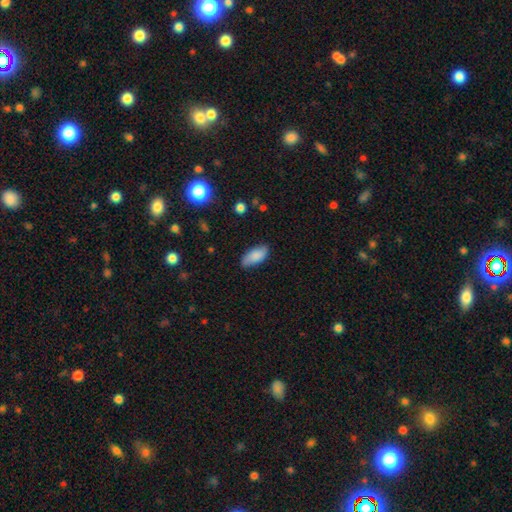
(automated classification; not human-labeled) Overall: smooth (83%). How rounded: in between (88%). Merging: none (79%).